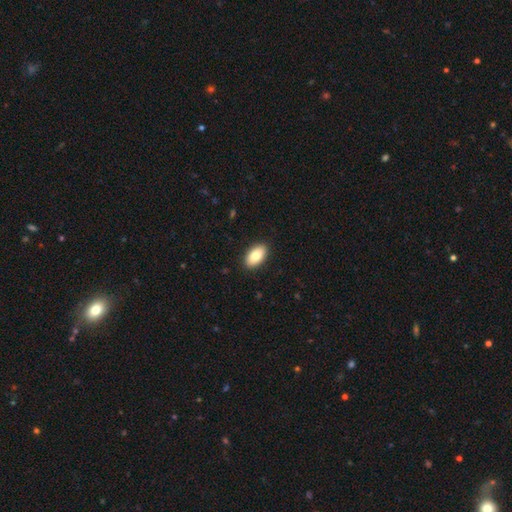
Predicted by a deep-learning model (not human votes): Q: Smooth or featured?
A: smooth (83%); runner-up: featured or disk (11%)
Q: How rounded?
A: in between (94%); runner-up: round (3%)
Q: Merging?
A: none (90%); runner-up: minor disturbance (7%)